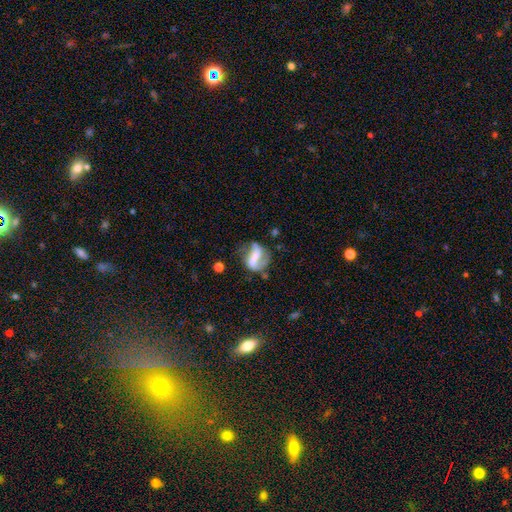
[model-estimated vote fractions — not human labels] Morphology: type=featured or disk (63%); edge-on=no (95%); bar=strong (58%); spiral arms=yes (68%); bulge=none (40%); merging=none (44%).